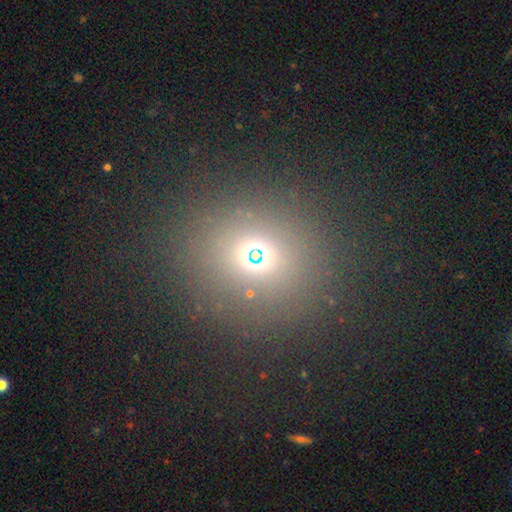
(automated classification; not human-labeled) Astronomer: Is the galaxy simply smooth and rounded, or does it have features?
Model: smooth — 56% (runner-up: star or artifact, 32%).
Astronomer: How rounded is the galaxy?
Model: round — 77%.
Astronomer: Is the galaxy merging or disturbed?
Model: none — 82%.